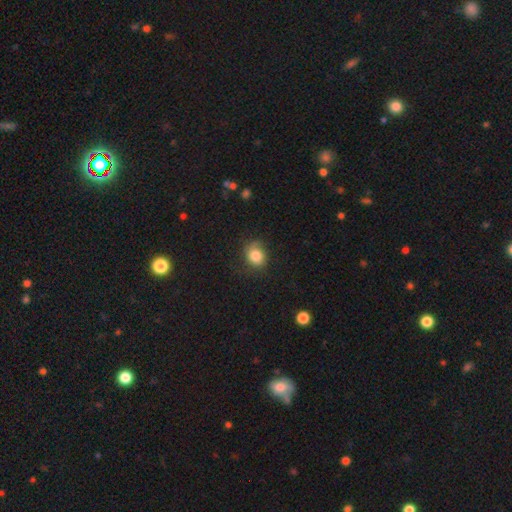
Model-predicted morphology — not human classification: Smooth or featured?
  - smooth: 80% *
  - featured or disk: 11%
  - star or artifact: 9%
How rounded?
  - round: 65% *
  - in between: 34%
  - cigar-shaped: 1%
Merging?
  - none: 66% *
  - minor disturbance: 24%
  - major disturbance: 9%
  - merger: 1%